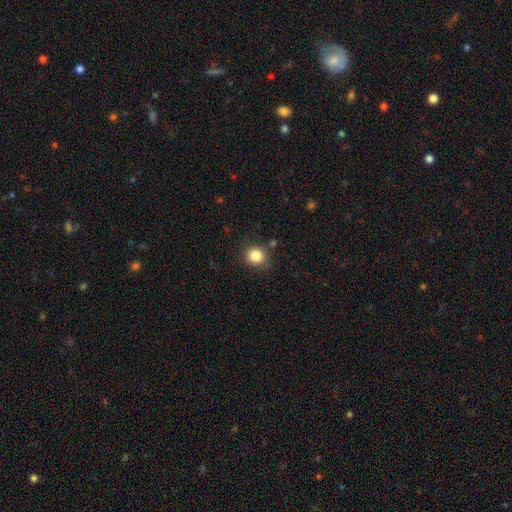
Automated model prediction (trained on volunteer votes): This is clearly a smooth galaxy (85%). How rounded: clearly round (85%). Merging: clearly none (81%).